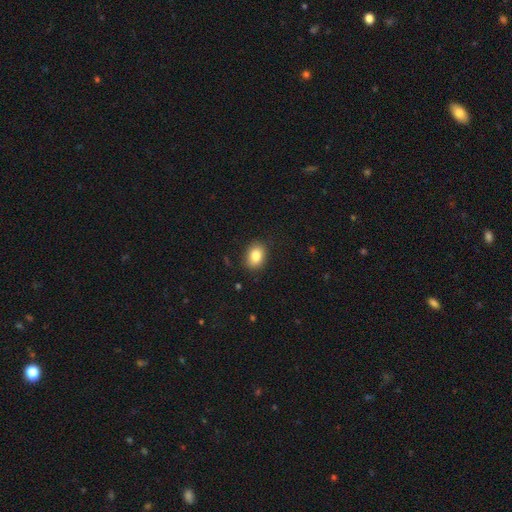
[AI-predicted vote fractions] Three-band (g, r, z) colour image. It shows a smooth galaxy with no disk features (84%) that is in between round and cigar-shaped (67%). Merging: none (86%).